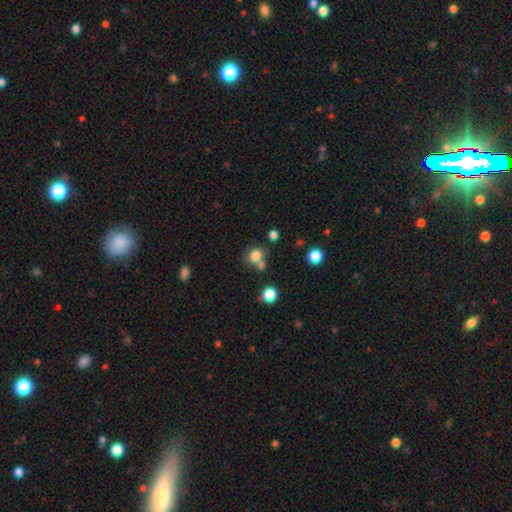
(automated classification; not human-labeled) Overall: smooth (79%). How rounded: round (57%; in between 42%). Merging: none (53%; merger 29%).